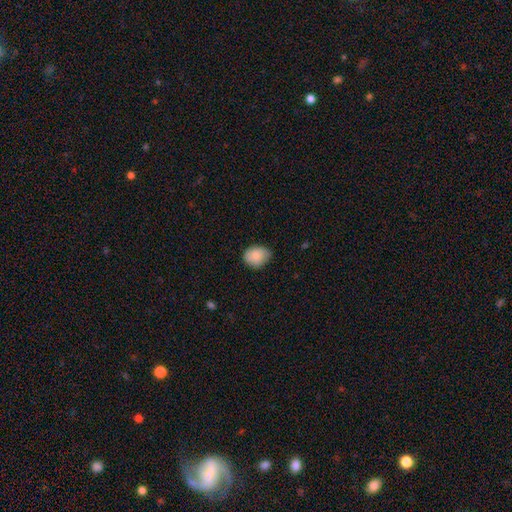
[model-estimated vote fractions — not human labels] A smooth galaxy with no disk features (83%) that is in between round and cigar-shaped (51%).

Vote fractions:
- Smooth or featured? smooth: 83% / featured or disk: 10% / star or artifact: 7%
- How rounded? in between: 51% / round: 48% / cigar-shaped: 1%
- Merging? none: 68% / minor disturbance: 27% / major disturbance: 4% / merger: 1%